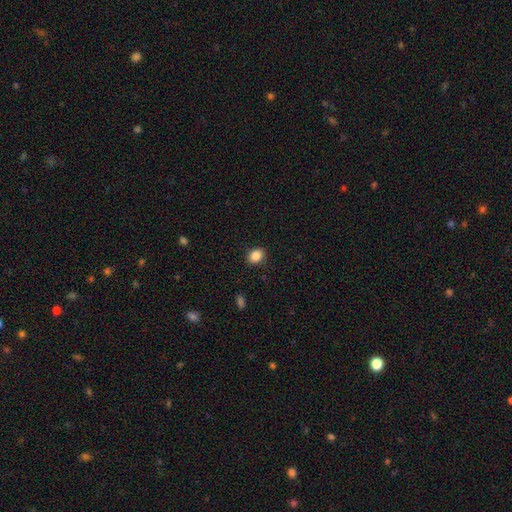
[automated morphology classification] Smooth or featured? smooth (86%)
How rounded? in between (58%)
Merging? none (89%)